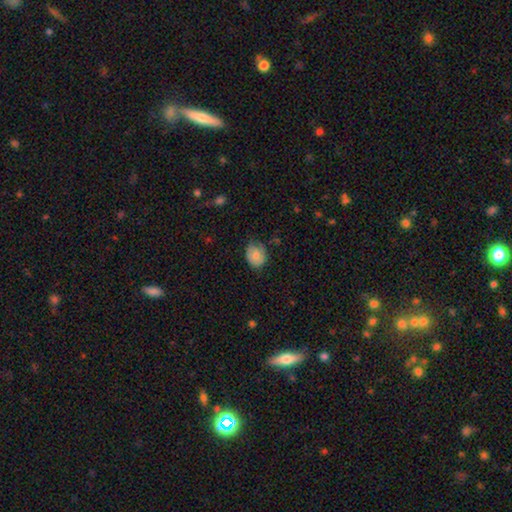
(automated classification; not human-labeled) smooth_or_featured: smooth (p=0.71) [alt: featured or disk p=0.22]
how_rounded: in between (p=0.50) [alt: round p=0.49]
merging: none (p=0.58) [alt: minor disturbance p=0.32]